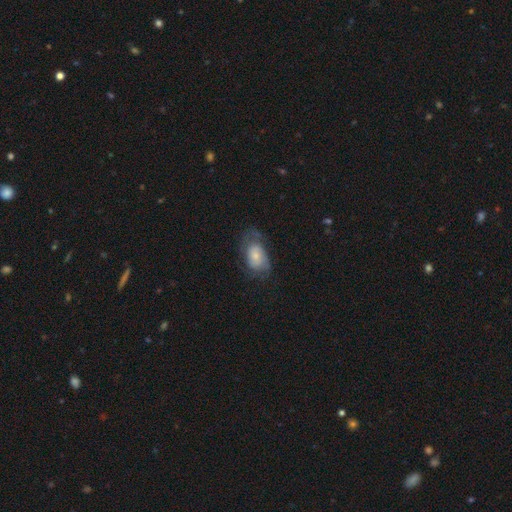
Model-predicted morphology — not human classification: This appears to be a smooth galaxy with no disk features (47%). Merging: none (48%).